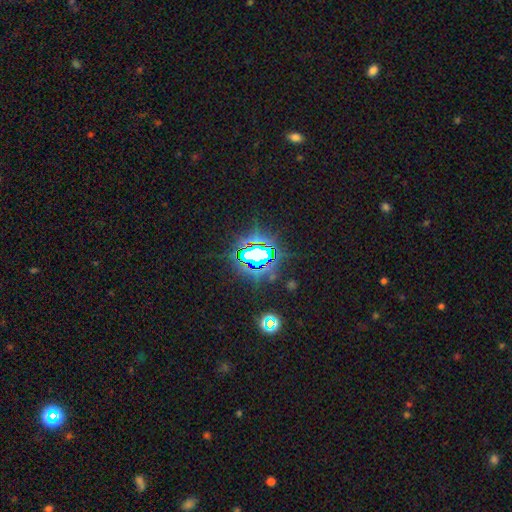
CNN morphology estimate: This appears to be a star or artifact, not a galaxy (77%).